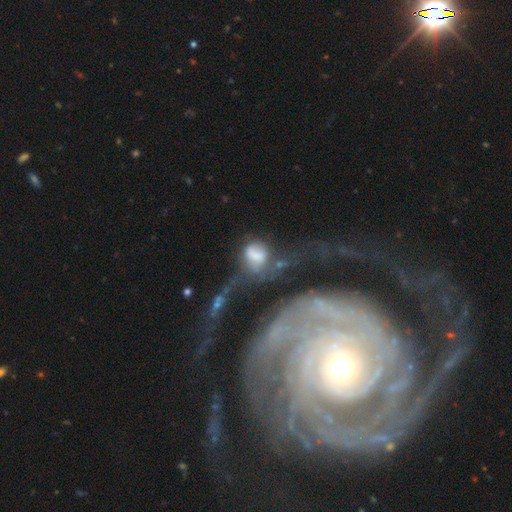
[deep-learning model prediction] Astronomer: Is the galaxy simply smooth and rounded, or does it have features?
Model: smooth — 52% (runner-up: featured or disk, 35%).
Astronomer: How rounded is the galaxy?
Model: in between — 50% (runner-up: round, 47%).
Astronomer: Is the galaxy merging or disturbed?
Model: major disturbance — 37% (runner-up: merger, 28%).